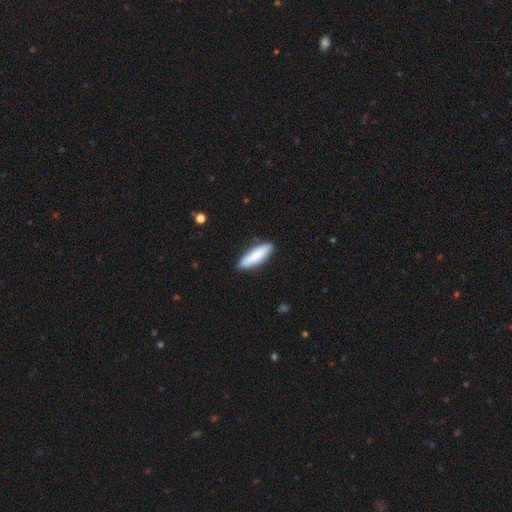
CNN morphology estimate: Smooth or featured: smooth — 83% (featured or disk — 12%)
How rounded: cigar-shaped — 58% (in between — 40%)
Merging: none — 87% (minor disturbance — 10%)